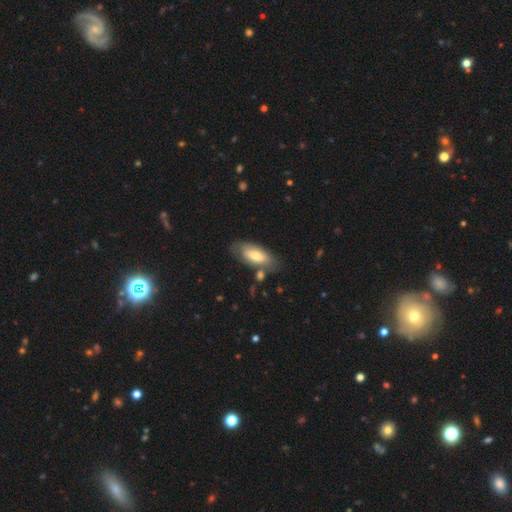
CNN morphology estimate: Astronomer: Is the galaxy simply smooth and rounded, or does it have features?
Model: smooth — 59% (runner-up: featured or disk, 35%).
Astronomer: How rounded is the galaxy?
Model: in between — 86%.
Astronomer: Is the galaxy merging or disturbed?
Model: none — 66%.